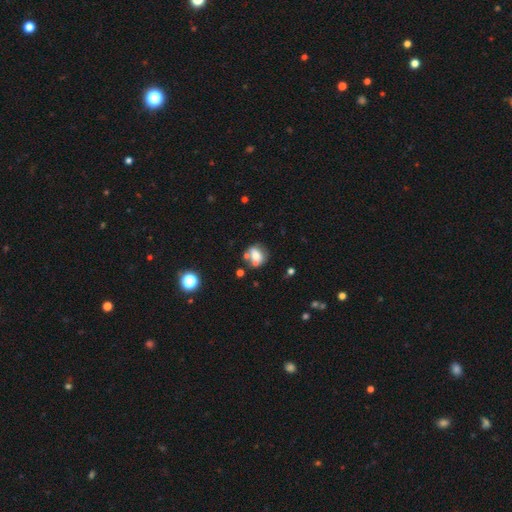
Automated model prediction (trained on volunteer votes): smooth-or-featured: smooth: 59% | featured or disk: 29% | star or artifact: 12%
  how-rounded: round: 59% | in between: 39% | cigar-shaped: 2%
  merging: none: 47% | merger: 30% | minor disturbance: 16% | major disturbance: 7%